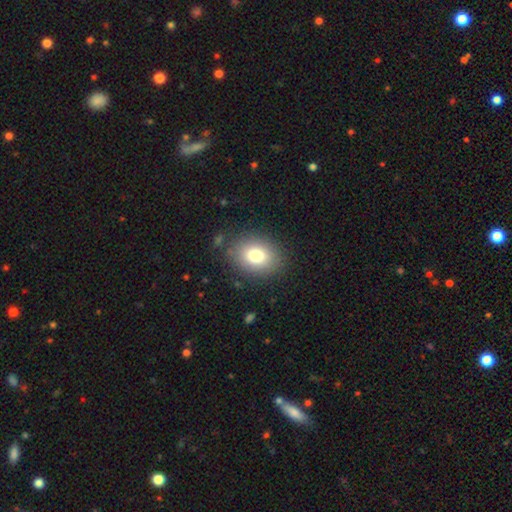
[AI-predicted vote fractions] Q: Smooth or featured?
A: smooth (79%); runner-up: featured or disk (11%)
Q: How rounded?
A: in between (59%); runner-up: round (40%)
Q: Merging?
A: none (85%); runner-up: minor disturbance (9%)